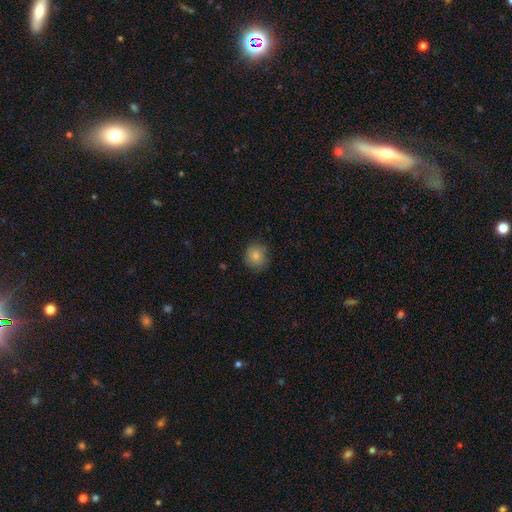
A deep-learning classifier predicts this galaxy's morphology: Overall: smooth (83%). How rounded: round (86%). Merging: none (85%).